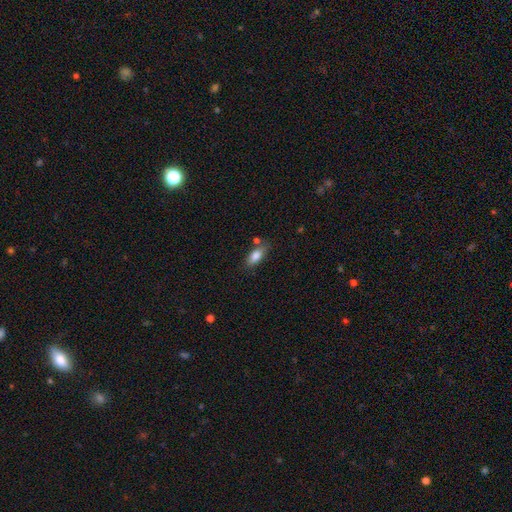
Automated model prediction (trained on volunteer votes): A smooth galaxy with no disk features (81%) that is in between round and cigar-shaped (82%).

Vote fractions:
- Smooth or featured? smooth: 81% / featured or disk: 12% / star or artifact: 7%
- How rounded? in between: 82% / cigar-shaped: 15% / round: 3%
- Merging? none: 70% / minor disturbance: 17% / merger: 9% / major disturbance: 4%